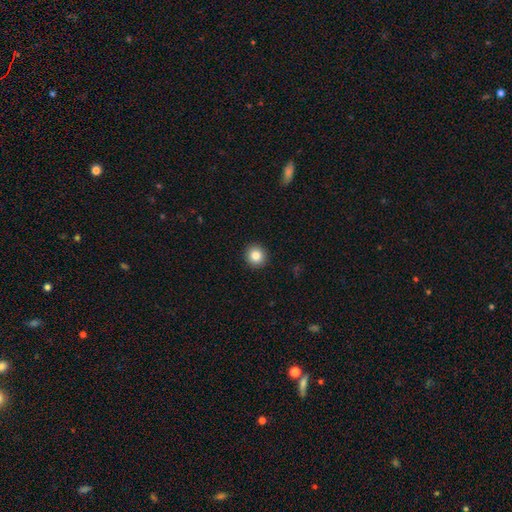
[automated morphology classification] Smooth or featured? smooth (84%)
How rounded? round (92%)
Merging? none (93%)